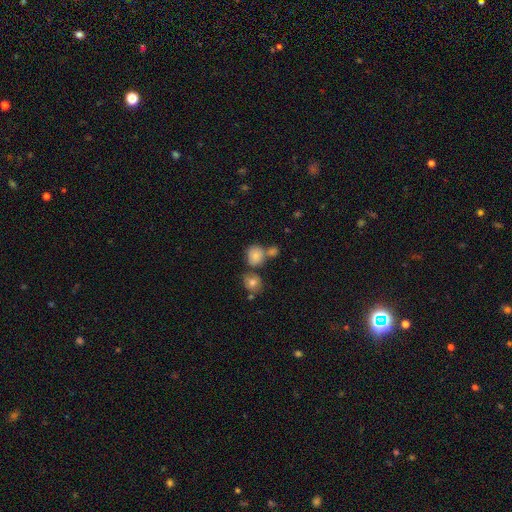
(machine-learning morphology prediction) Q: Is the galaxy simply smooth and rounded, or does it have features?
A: smooth — 79%.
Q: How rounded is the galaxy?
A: round — 75%.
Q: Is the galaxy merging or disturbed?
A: none — 52%.